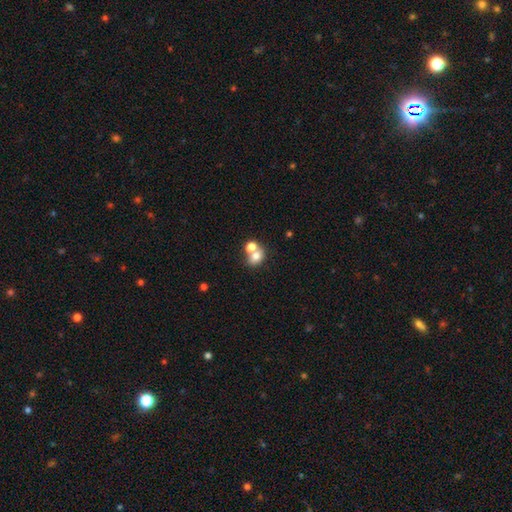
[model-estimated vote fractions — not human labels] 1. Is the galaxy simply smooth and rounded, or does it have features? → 72% smooth, 17% featured or disk, 11% star or artifact.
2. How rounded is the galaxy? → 51% round, 48% in between, 1% cigar-shaped.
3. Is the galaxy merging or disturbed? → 56% merger, 34% none, 7% minor disturbance, 3% major disturbance.